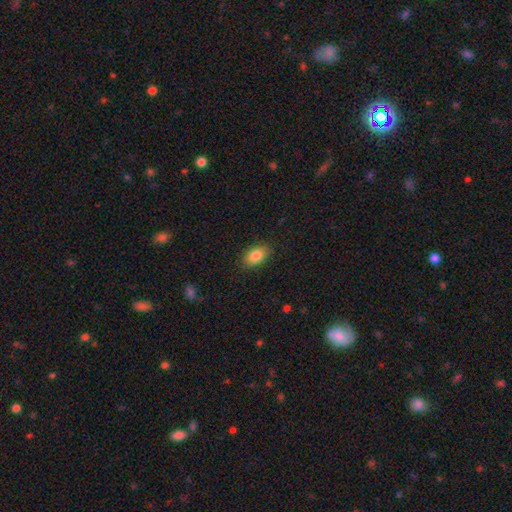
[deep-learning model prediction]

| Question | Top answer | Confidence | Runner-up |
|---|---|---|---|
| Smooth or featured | smooth | 86% | star or artifact (8%) |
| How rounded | in between | 90% | round (7%) |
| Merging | none | 86% | minor disturbance (10%) |